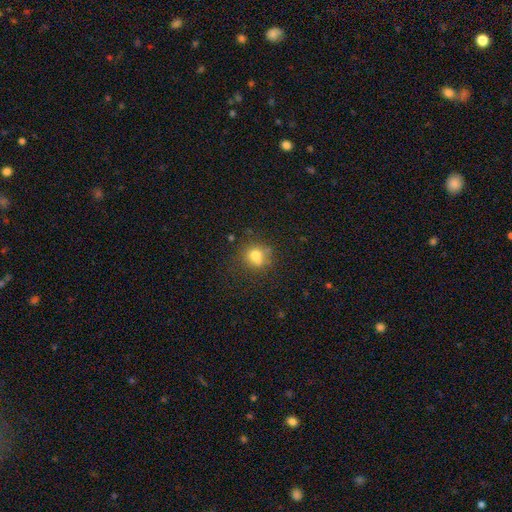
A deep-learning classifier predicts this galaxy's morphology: A smooth galaxy with no disk features (73%) that is round (79%).

Vote fractions:
- Smooth or featured? smooth: 73% / star or artifact: 14% / featured or disk: 13%
- How rounded? round: 79% / in between: 20% / cigar-shaped: 1%
- Merging? none: 58% / minor disturbance: 18% / merger: 16% / major disturbance: 7%